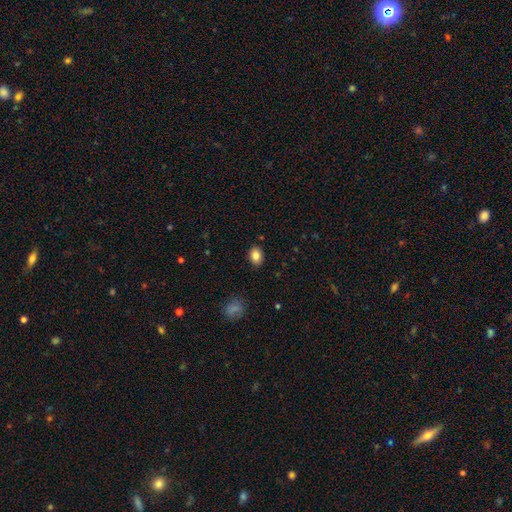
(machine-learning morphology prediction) smooth_or_featured: smooth (p=0.84) [alt: star or artifact p=0.09]
how_rounded: in between (p=0.65) [alt: round p=0.34]
merging: none (p=0.88) [alt: minor disturbance p=0.09]